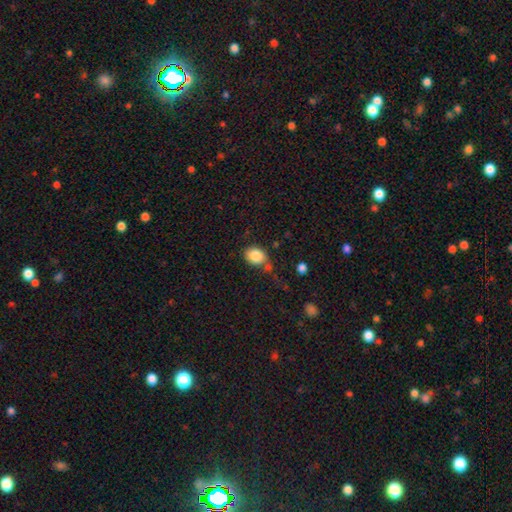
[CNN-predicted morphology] This appears to be a smooth galaxy with no disk features (85%) that is in between round and cigar-shaped (54%). Merging: none (65%).